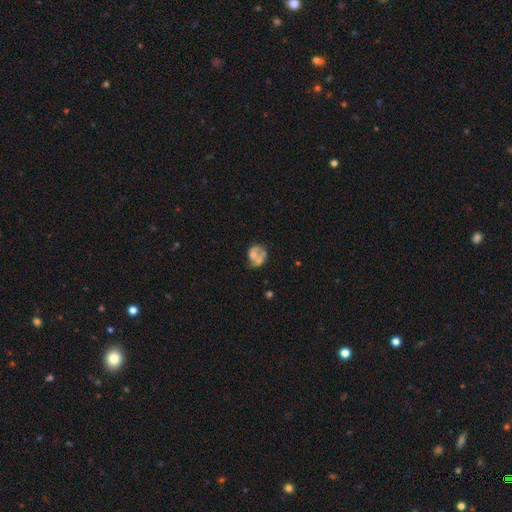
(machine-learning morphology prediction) smooth_or_featured: featured or disk (p=0.46) [alt: smooth p=0.44]
merging: merger (p=0.33) [alt: none p=0.30]